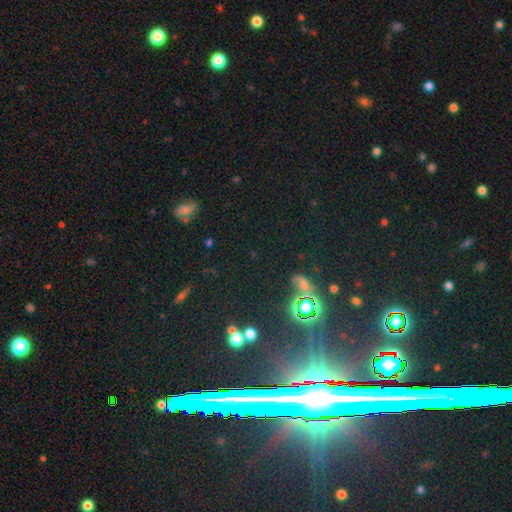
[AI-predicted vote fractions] Overall: star or artifact (73%).